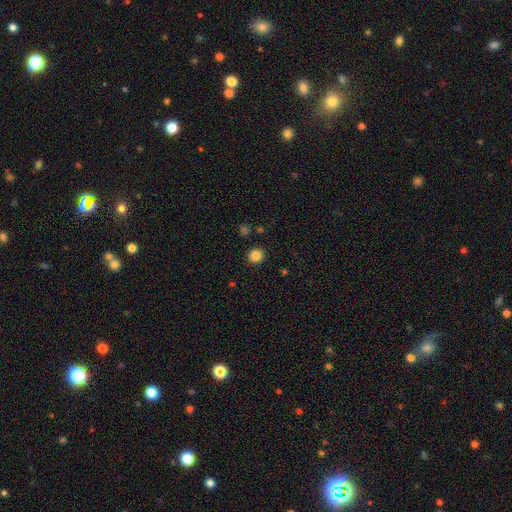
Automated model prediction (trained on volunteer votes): smooth 85%, star or artifact 11%, featured or disk 4%. Down the decision tree: how rounded — round (91%); merging — none (90%).